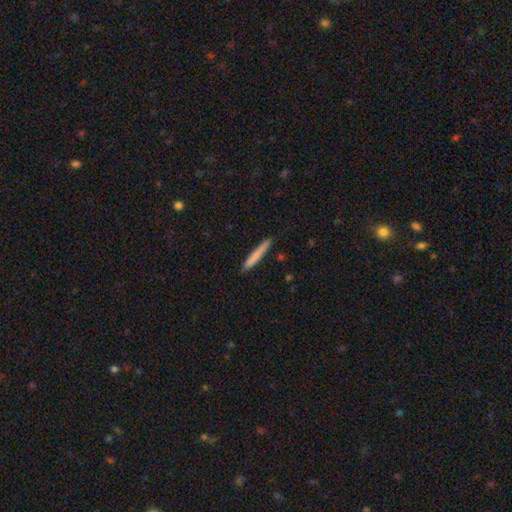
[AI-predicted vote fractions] smooth 77%, featured or disk 17%, star or artifact 6%. Down the decision tree: how rounded — cigar-shaped (96%); merging — none (88%).